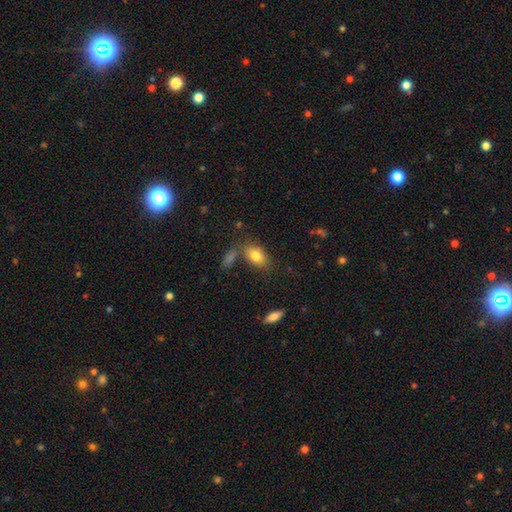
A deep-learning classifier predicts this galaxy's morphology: smooth 80%, featured or disk 12%, star or artifact 8%. Down the decision tree: how rounded — in between (88%); merging — none (68%).